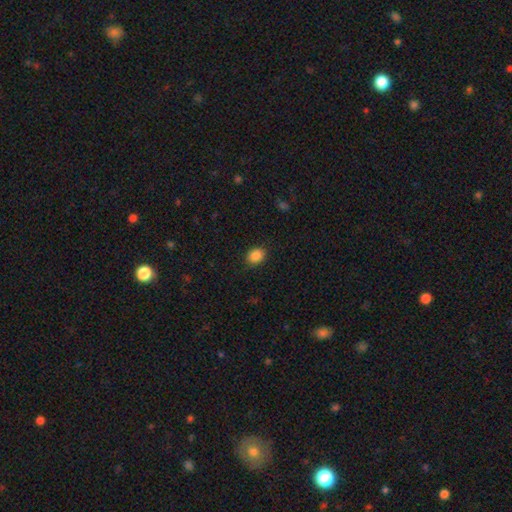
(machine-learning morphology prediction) This appears to be a smooth galaxy with no disk features (87%) that is round (51%). Merging: none (89%).